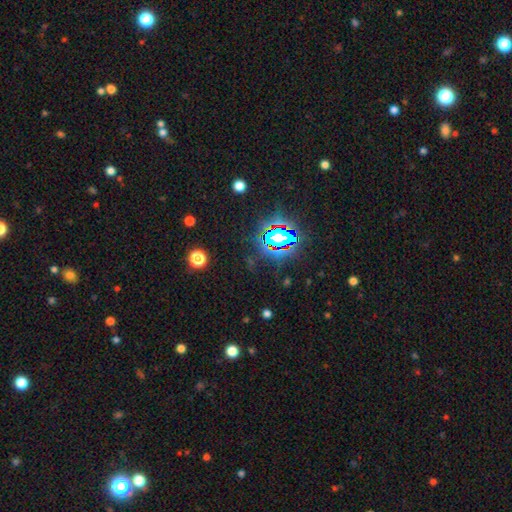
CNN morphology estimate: The model was most divided on "smooth or featured": star or artifact: 79%, smooth: 13%, featured or disk: 8%.